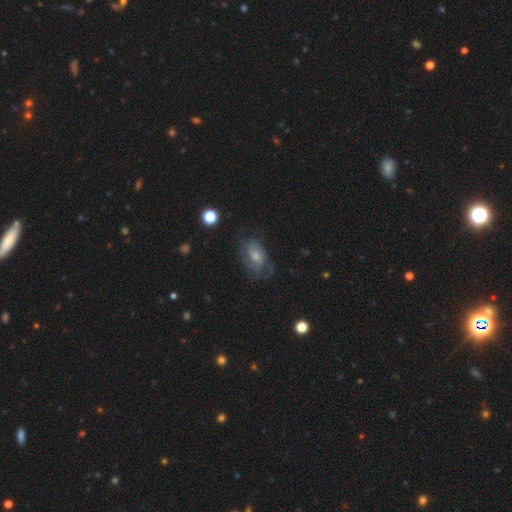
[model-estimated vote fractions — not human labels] The model was most divided on "spiral arm count": 2: 39%, can't tell: 37%, 3: 11%, 1: 7%, 4: 4%, more than 4: 3%. Remaining: edge-on disk — no (96%); spiral arms — yes (85%); bar — no (67%); smooth or featured — featured or disk (65%); merging — none (59%); bulge size — moderate (47%); spiral winding — tight (46%).